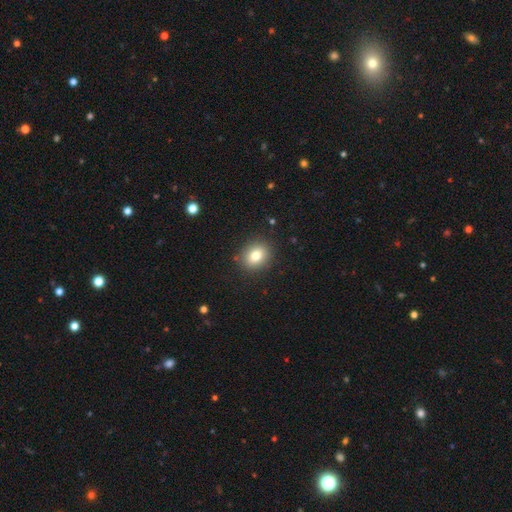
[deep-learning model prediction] A smooth galaxy with no disk features (79%) that is round (58%).

Vote fractions:
- Smooth or featured? smooth: 79% / star or artifact: 11% / featured or disk: 10%
- How rounded? round: 58% / in between: 41% / cigar-shaped: 1%
- Merging? none: 88% / minor disturbance: 8% / major disturbance: 3% / merger: 1%